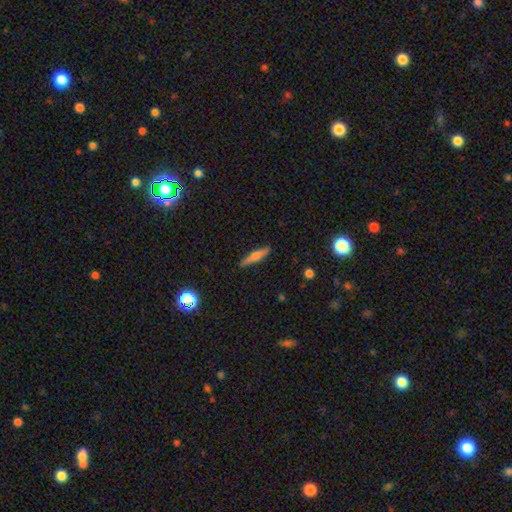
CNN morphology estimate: A smooth galaxy with no disk features (55%) that is cigar-shaped (85%).

Vote fractions:
- Smooth or featured? smooth: 55% / featured or disk: 38% / star or artifact: 8%
- How rounded? cigar-shaped: 85% / in between: 13% / round: 2%
- Merging? none: 88% / minor disturbance: 9% / major disturbance: 2% / merger: 1%